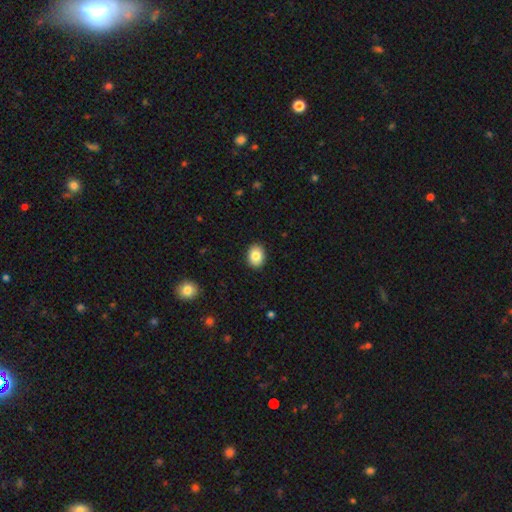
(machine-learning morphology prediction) The model was most divided on "how rounded": in between: 59%, round: 40%, cigar-shaped: 1%. More confident: merging — none (91%); smooth or featured — smooth (84%).